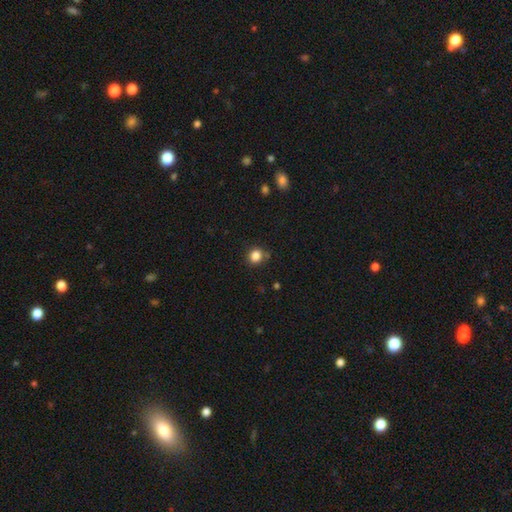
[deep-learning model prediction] smooth 84%, star or artifact 11%, featured or disk 4%. Down the decision tree: how rounded — round (83%); merging — none (81%).